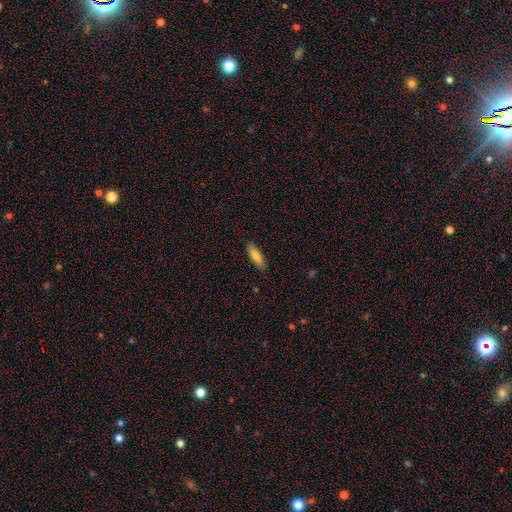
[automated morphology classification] smooth_or_featured: smooth (p=0.78) [alt: featured or disk p=0.16]
how_rounded: cigar-shaped (p=0.50) [alt: in between p=0.48]
merging: none (p=0.87) [alt: minor disturbance p=0.10]